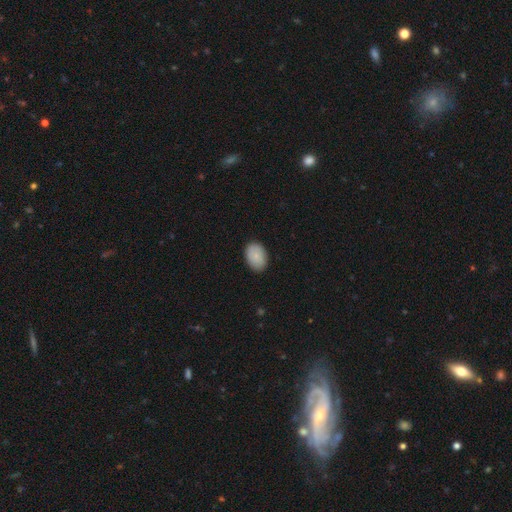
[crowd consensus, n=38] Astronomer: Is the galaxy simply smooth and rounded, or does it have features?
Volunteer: smooth — 82%.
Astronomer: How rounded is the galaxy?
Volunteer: in between — 87%.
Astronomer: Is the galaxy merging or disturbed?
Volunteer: none — 94%.